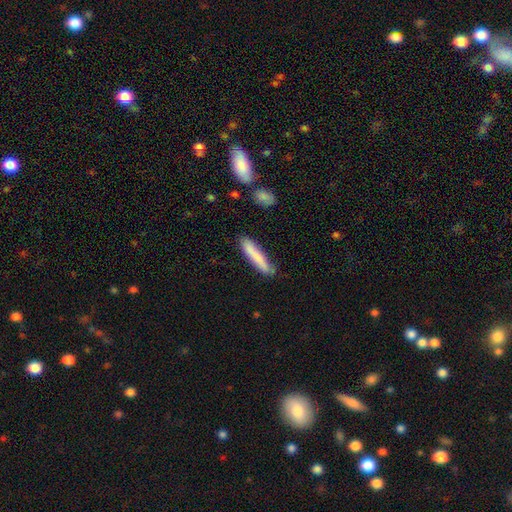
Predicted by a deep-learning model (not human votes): Q: Smooth or featured?
A: smooth (78%); runner-up: featured or disk (16%)
Q: How rounded?
A: cigar-shaped (90%); runner-up: in between (8%)
Q: Merging?
A: none (81%); runner-up: minor disturbance (14%)